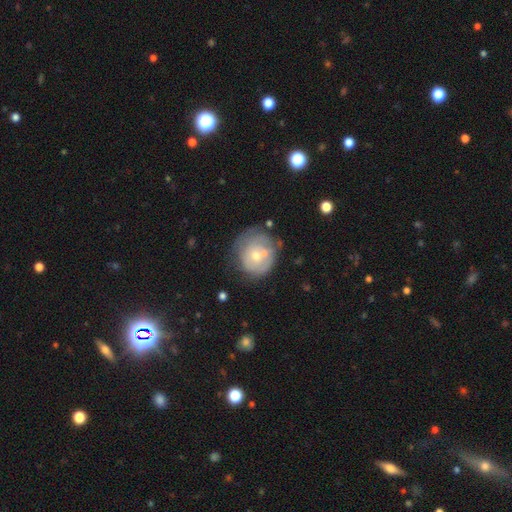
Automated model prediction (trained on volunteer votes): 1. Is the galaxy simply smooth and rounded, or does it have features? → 48% featured or disk, 44% smooth, 7% star or artifact.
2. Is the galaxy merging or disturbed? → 49% none, 23% minor disturbance, 16% merger, 12% major disturbance.